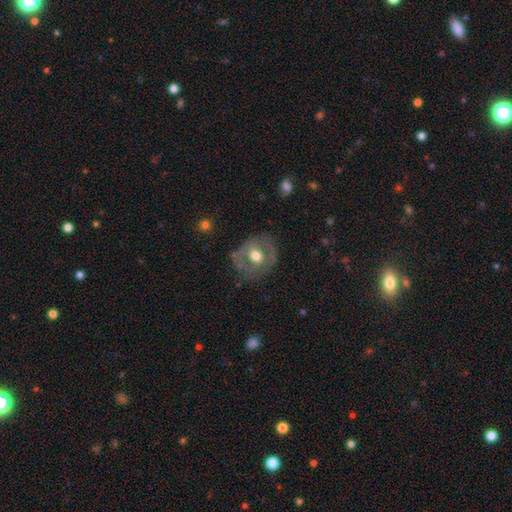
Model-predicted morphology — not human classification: Smooth or featured?
  - featured or disk: 57% *
  - smooth: 36%
  - star or artifact: 7%
Edge-on disk?
  - no: 95% *
  - yes: 5%
Bar?
  - no: 56% *
  - weak: 32%
  - strong: 12%
Spiral arms?
  - no: 60% *
  - yes: 40%
Bulge size?
  - moderate: 74% *
  - large: 15%
  - small: 9%
  - dominant: 1%
  - none: 1%
Merging?
  - none: 69% *
  - minor disturbance: 19%
  - major disturbance: 9%
  - merger: 2%